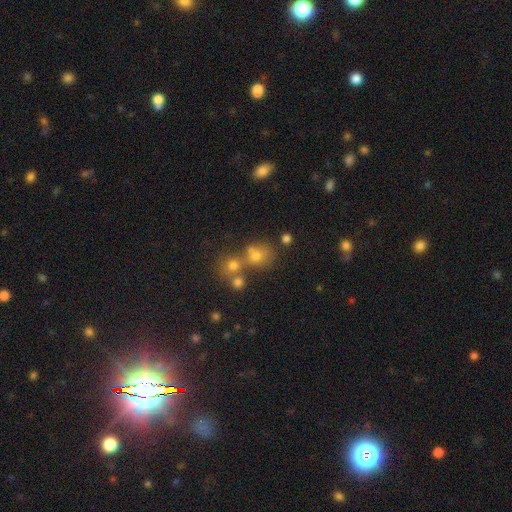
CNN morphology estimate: Q: Smooth or featured?
A: smooth (62%); runner-up: star or artifact (23%)
Q: How rounded?
A: round (72%); runner-up: in between (26%)
Q: Merging?
A: none (45%); runner-up: merger (41%)